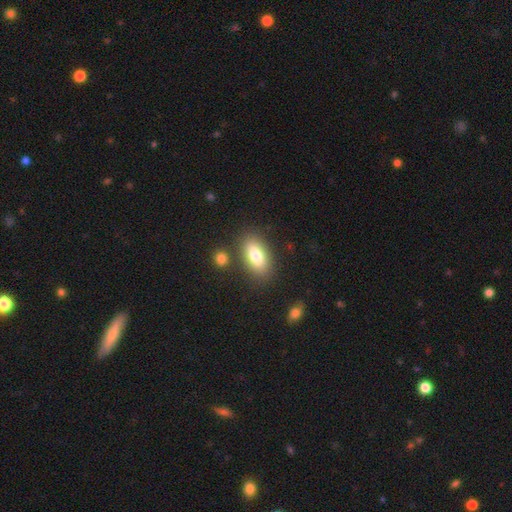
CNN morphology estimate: Smooth or featured? smooth (78%)
How rounded? in between (86%)
Merging? none (81%)